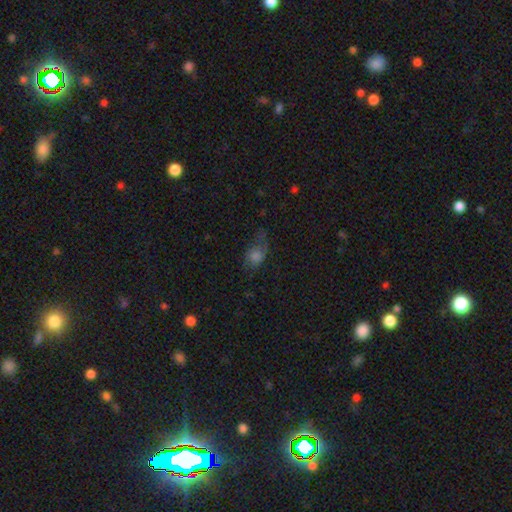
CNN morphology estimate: type=smooth (63%); roundness=in between (67%); merging=none (45%).